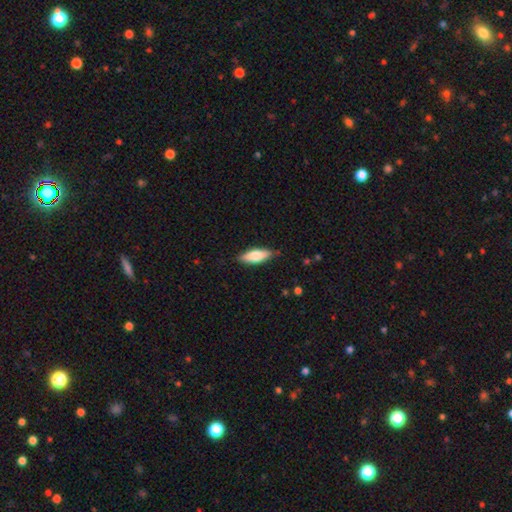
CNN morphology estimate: smooth_or_featured: smooth (p=0.73) [alt: featured or disk p=0.21]
how_rounded: in between (p=0.63) [alt: cigar-shaped p=0.35]
merging: none (p=0.85) [alt: minor disturbance p=0.12]